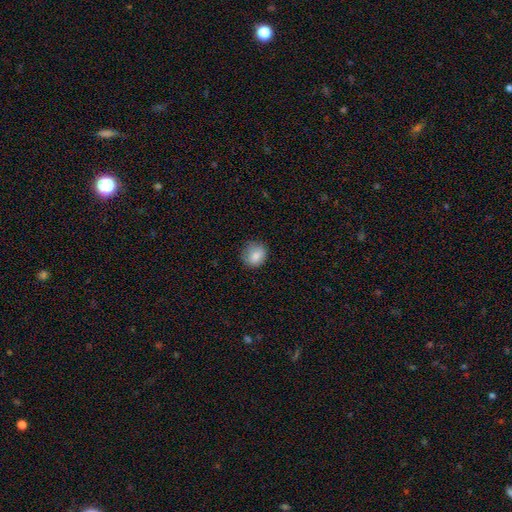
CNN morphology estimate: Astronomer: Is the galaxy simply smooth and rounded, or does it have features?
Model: smooth — 84%.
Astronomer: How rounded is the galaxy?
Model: round — 79%.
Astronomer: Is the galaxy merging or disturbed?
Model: none — 78%.